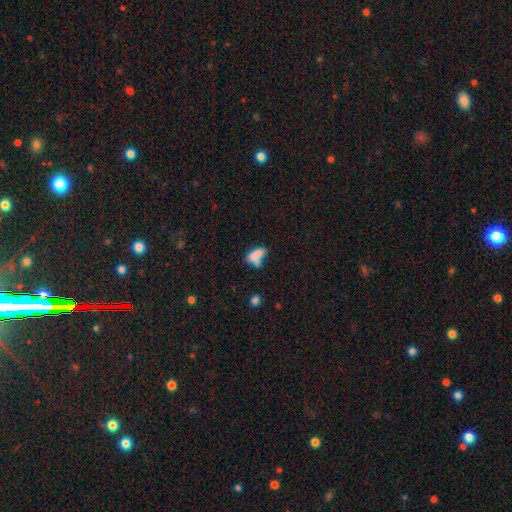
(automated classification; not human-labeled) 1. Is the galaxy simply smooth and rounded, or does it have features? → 76% smooth, 14% featured or disk, 10% star or artifact.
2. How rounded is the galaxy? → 74% in between, 23% cigar-shaped, 4% round.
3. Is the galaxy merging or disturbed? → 34% none, 32% merger, 21% minor disturbance, 13% major disturbance.